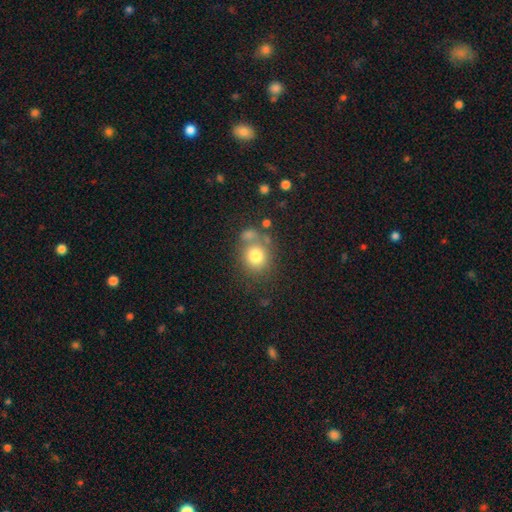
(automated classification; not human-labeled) Morphology: type=smooth (77%); roundness=round (79%); merging=none (59%).